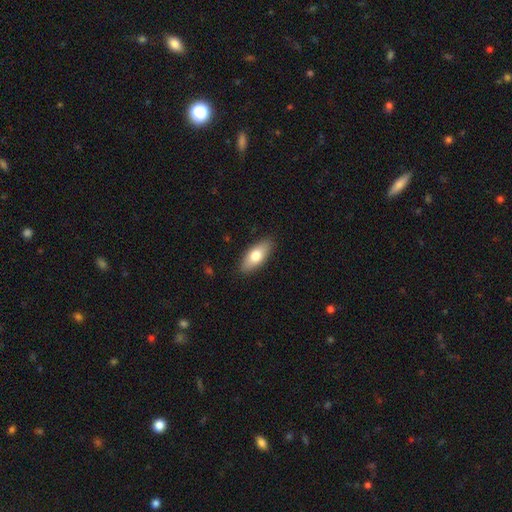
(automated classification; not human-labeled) This appears to be a smooth galaxy with no disk features (73%) that is in between round and cigar-shaped (81%). Merging: none (88%).